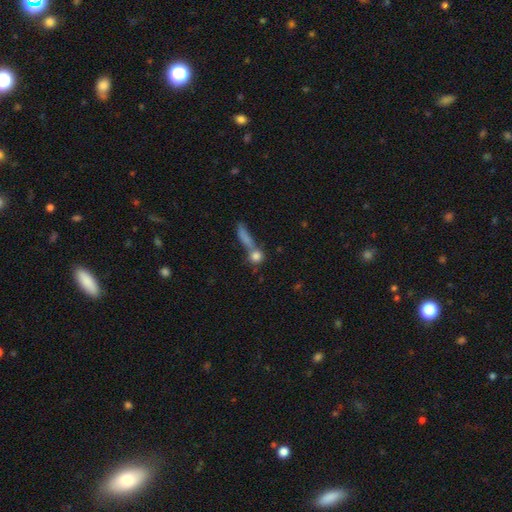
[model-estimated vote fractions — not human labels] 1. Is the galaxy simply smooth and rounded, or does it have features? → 76% smooth, 13% featured or disk, 11% star or artifact.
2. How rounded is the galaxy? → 71% round, 15% in between, 13% cigar-shaped.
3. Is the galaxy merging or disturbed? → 44% none, 39% merger, 9% minor disturbance, 7% major disturbance.